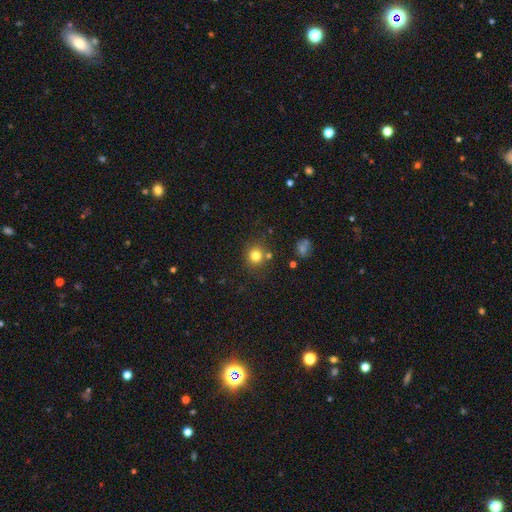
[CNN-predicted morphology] A smooth galaxy with no disk features (79%) that is round (89%).

Vote fractions:
- Smooth or featured? smooth: 79% / star or artifact: 14% / featured or disk: 7%
- How rounded? round: 89% / in between: 10% / cigar-shaped: 1%
- Merging? none: 79% / minor disturbance: 10% / merger: 8% / major disturbance: 3%